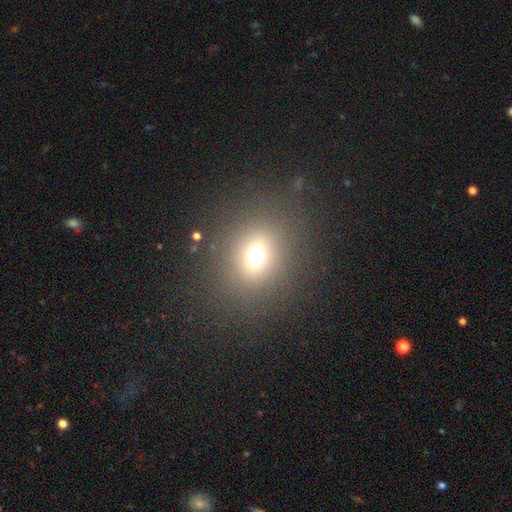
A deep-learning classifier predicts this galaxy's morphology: Smooth or featured? smooth (68%)
How rounded? round (71%)
Merging? none (83%)